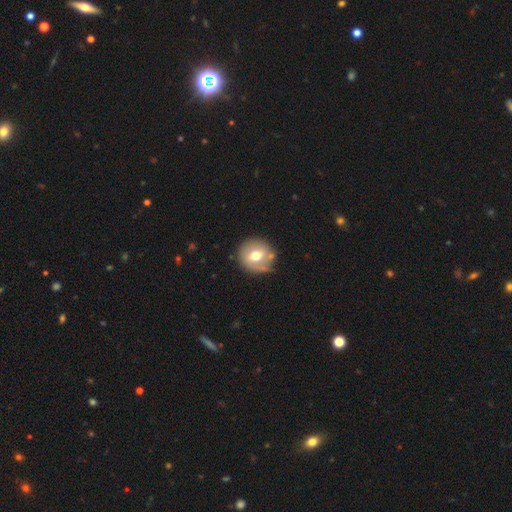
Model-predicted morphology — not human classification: type=smooth (61%); roundness=round (88%); merging=none (73%).